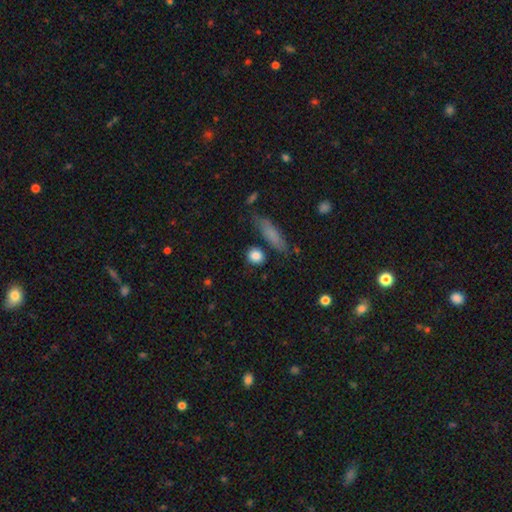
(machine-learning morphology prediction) This is clearly a smooth galaxy (85%). How rounded: likely round (69%). Merging: likely none (77%).